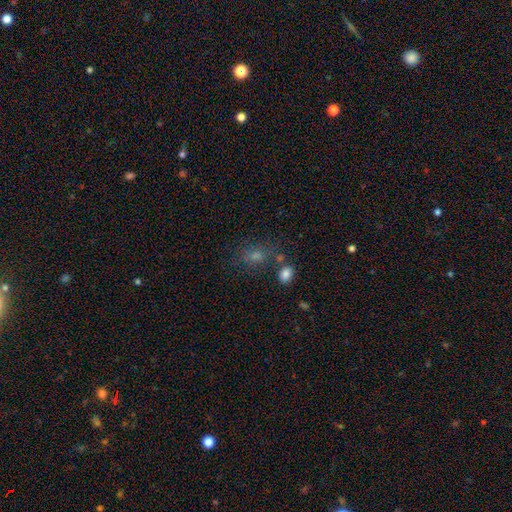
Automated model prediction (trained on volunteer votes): smooth_or_featured: smooth (p=0.67) [alt: star or artifact p=0.22]
how_rounded: in between (p=0.60) [alt: round p=0.37]
merging: none (p=0.63) [alt: minor disturbance p=0.15]